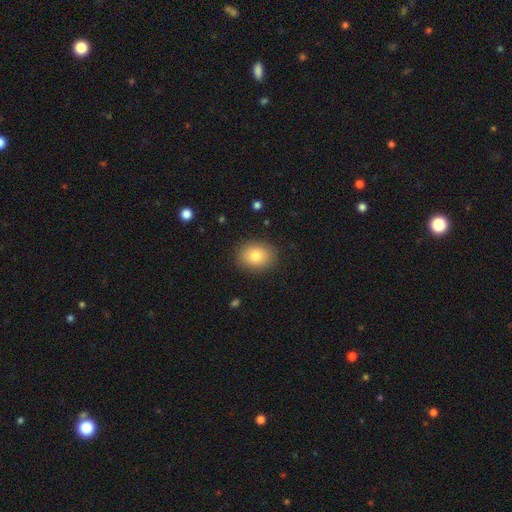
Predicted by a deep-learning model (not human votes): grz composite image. It shows a smooth galaxy with no disk features (82%) that is in between round and cigar-shaped (55%). Merging: none (88%).